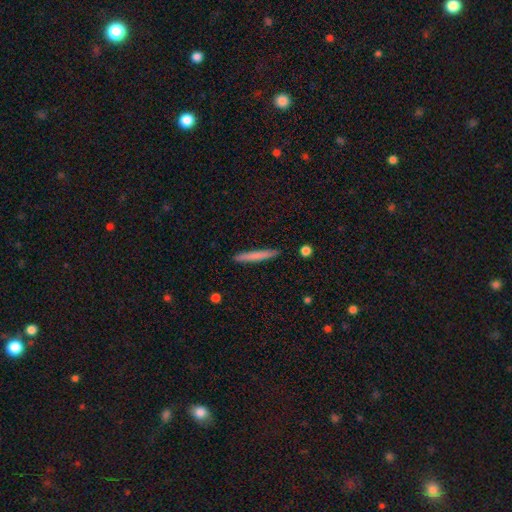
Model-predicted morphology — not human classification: type=smooth (73%); roundness=cigar-shaped (96%); merging=none (91%).